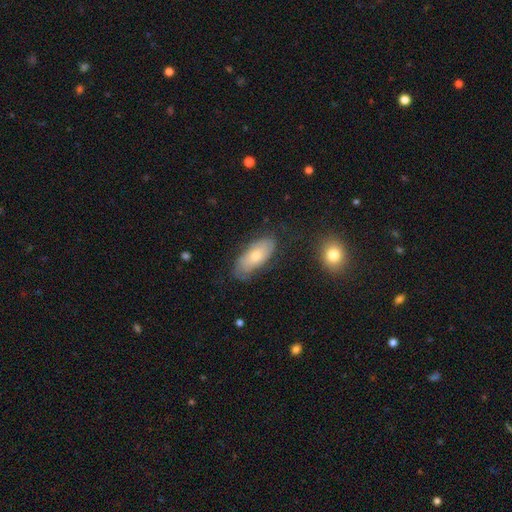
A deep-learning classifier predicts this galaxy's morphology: Smooth or featured? smooth (56%)
How rounded? in between (85%)
Merging? none (68%)